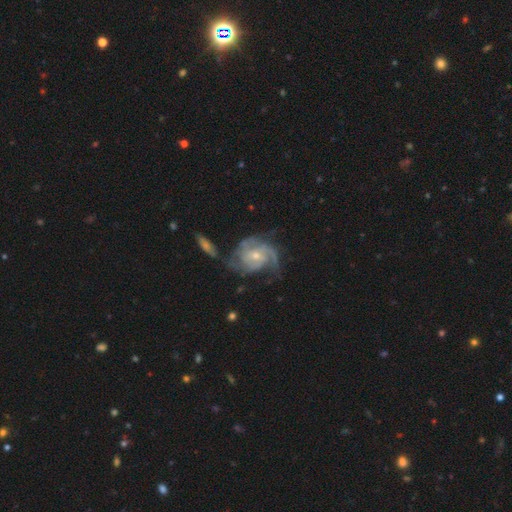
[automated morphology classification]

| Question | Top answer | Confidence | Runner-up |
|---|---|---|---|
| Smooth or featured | featured or disk | 86% | smooth (9%) |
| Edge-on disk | no | 98% | yes (2%) |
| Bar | no | 57% | weak (36%) |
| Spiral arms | yes | 95% | no (5%) |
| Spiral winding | tight | 43% | medium (42%) |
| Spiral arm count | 3 | 37% | 2 (23%) |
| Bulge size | small | 56% | moderate (40%) |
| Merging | none | 50% | minor disturbance (23%) |